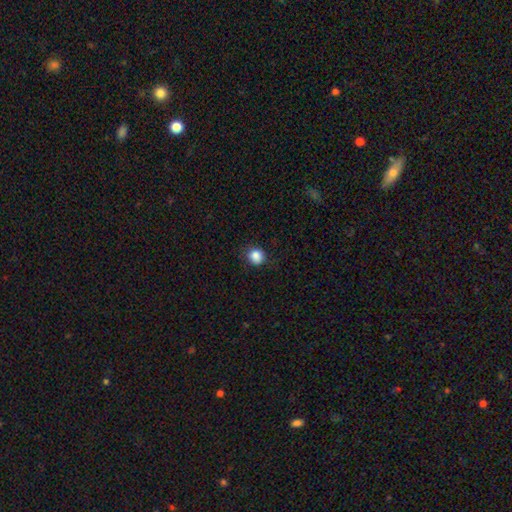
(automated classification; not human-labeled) Smooth or featured? smooth (86%)
How rounded? round (79%)
Merging? none (81%)